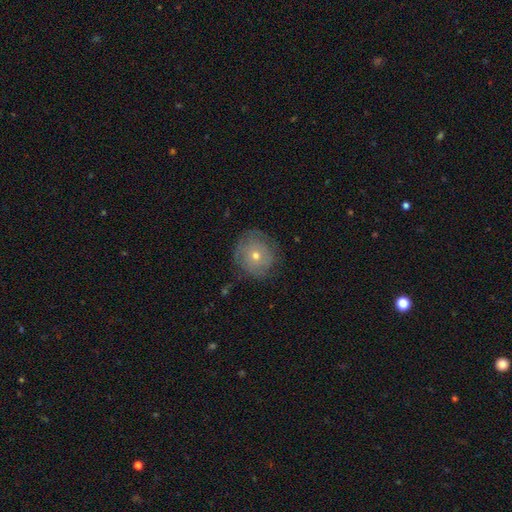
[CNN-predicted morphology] Overall: featured or disk (45%; smooth 44%). Merging: none (75%).